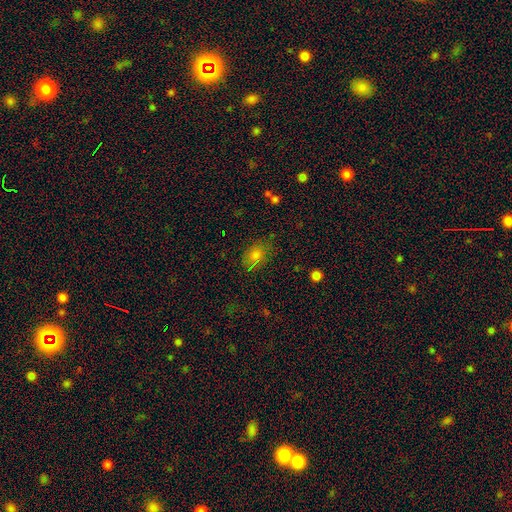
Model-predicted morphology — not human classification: This is likely a smooth galaxy (69%). How rounded: likely in between (70%). Merging: likely none (71%).